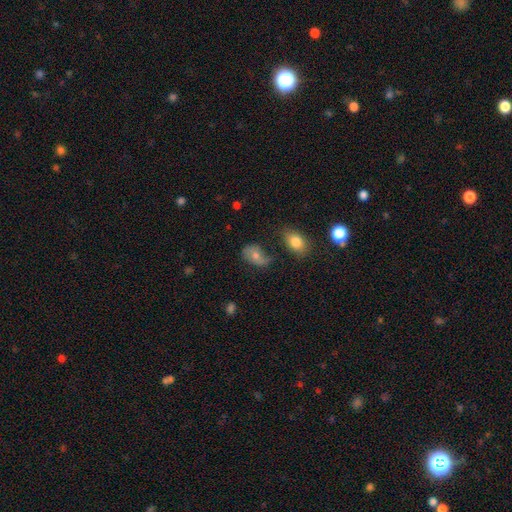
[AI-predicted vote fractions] Q: Smooth or featured?
A: smooth (54%); runner-up: featured or disk (35%)
Q: How rounded?
A: in between (84%); runner-up: round (14%)
Q: Merging?
A: none (50%); runner-up: minor disturbance (28%)